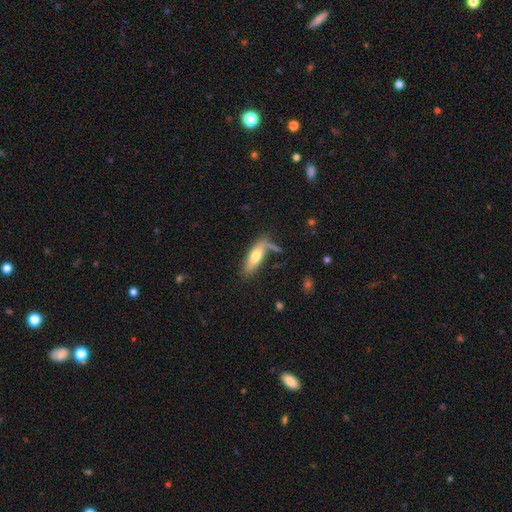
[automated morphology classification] Q: Smooth or featured?
A: smooth (61%); runner-up: featured or disk (32%)
Q: How rounded?
A: in between (56%); runner-up: cigar-shaped (41%)
Q: Merging?
A: none (50%); runner-up: minor disturbance (22%)